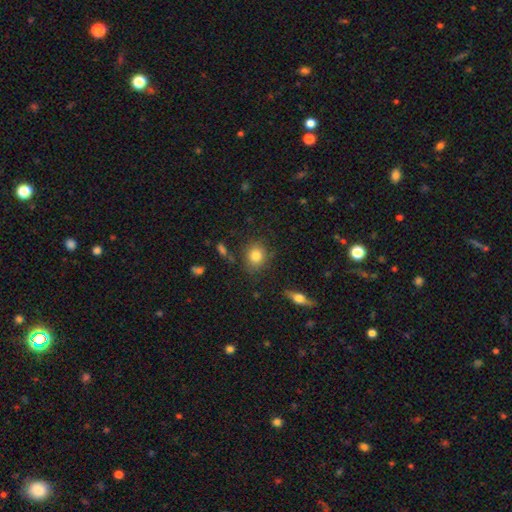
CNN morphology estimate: Smooth or featured?
  - smooth: 81% *
  - star or artifact: 10%
  - featured or disk: 9%
How rounded?
  - round: 74% *
  - in between: 24%
  - cigar-shaped: 1%
Merging?
  - none: 82% *
  - minor disturbance: 12%
  - major disturbance: 3%
  - merger: 3%